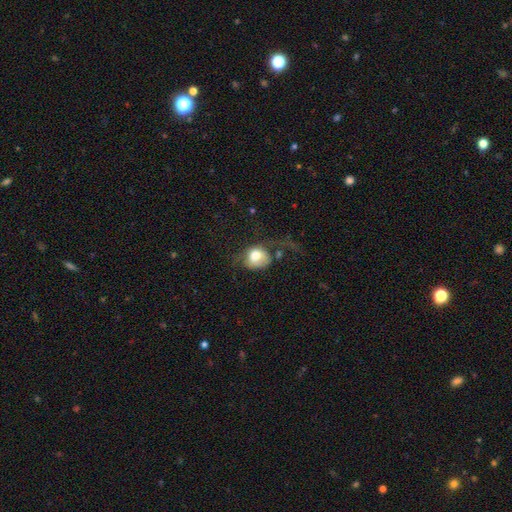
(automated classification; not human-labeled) Overall: smooth (67%). How rounded: round (64%; in between 34%). Merging: major disturbance (46%; none 28%).